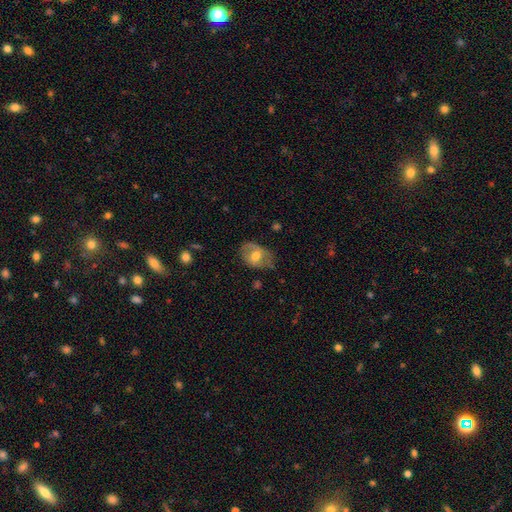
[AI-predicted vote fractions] Morphology: type=smooth (49%); merging=none (63%).